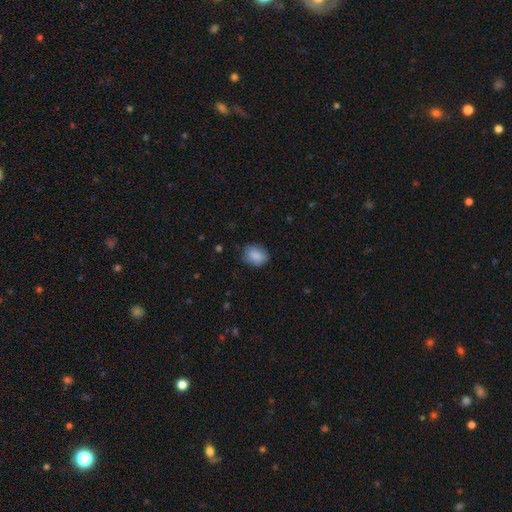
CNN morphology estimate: Overall: smooth (85%). How rounded: in between (67%; round 32%). Merging: none (74%).